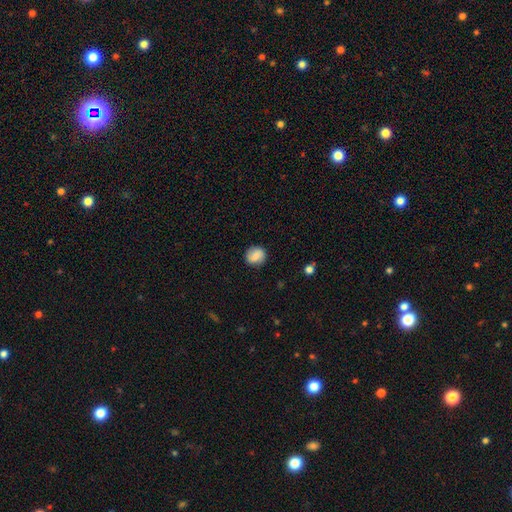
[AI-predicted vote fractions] Smooth or featured?
  - smooth: 79% *
  - featured or disk: 13%
  - star or artifact: 8%
How rounded?
  - round: 78% *
  - in between: 21%
  - cigar-shaped: 1%
Merging?
  - none: 85% *
  - minor disturbance: 11%
  - major disturbance: 3%
  - merger: 1%